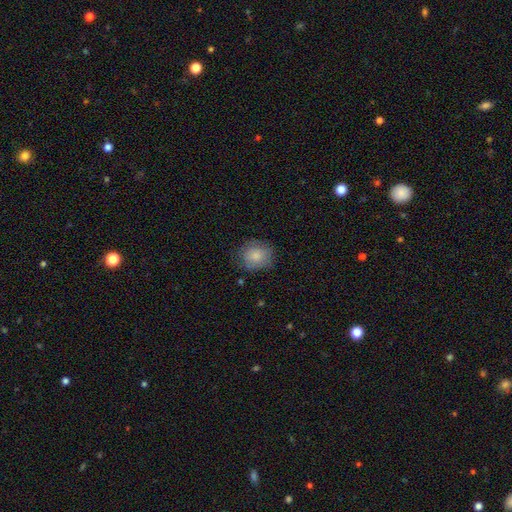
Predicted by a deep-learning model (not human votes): Morphology: type=smooth (80%); roundness=round (75%); merging=none (70%).